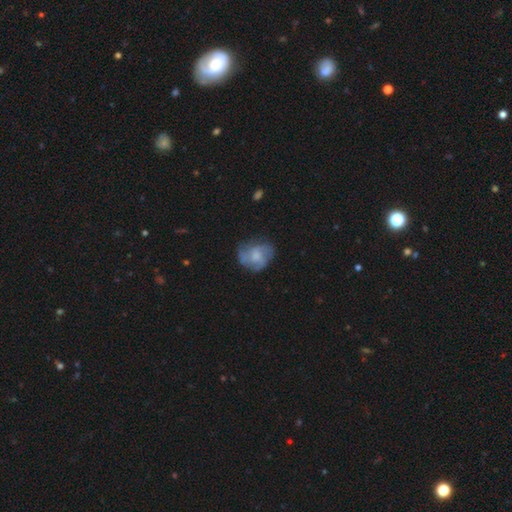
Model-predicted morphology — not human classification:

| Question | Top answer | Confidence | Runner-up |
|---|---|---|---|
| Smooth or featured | featured or disk | 57% | smooth (35%) |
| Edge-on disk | no | 98% | yes (2%) |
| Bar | no | 67% | weak (29%) |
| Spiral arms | yes | 77% | no (23%) |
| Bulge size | moderate | 38% | small (34%) |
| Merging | none | 61% | minor disturbance (23%) |